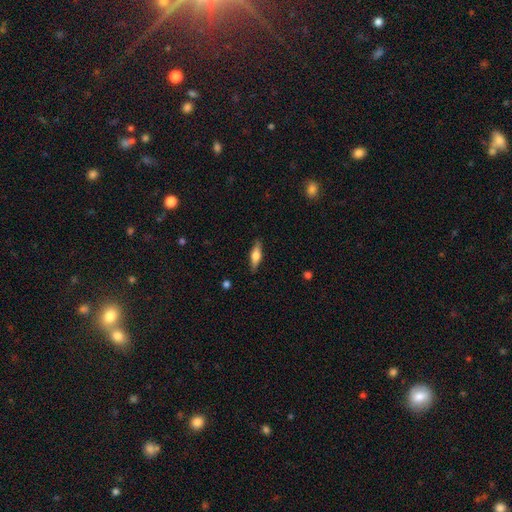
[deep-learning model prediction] Smooth or featured? smooth (49%)
Merging? none (87%)